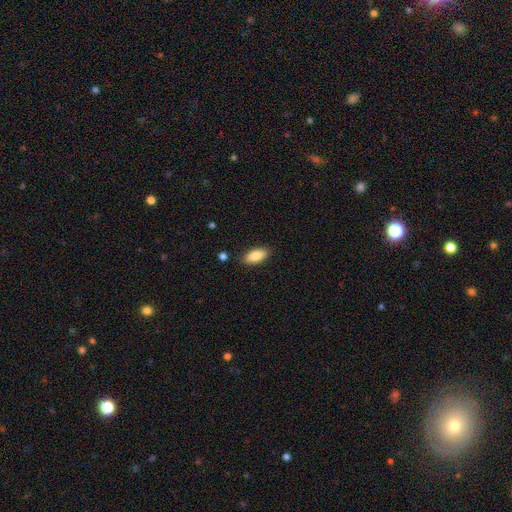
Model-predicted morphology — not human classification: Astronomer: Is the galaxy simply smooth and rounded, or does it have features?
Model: smooth — 86%.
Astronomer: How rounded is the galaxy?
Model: in between — 86%.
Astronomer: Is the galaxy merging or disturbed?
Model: none — 87%.